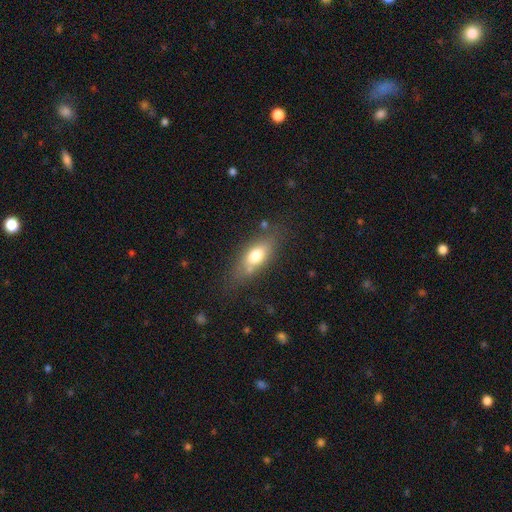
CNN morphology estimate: Q: Smooth or featured?
A: smooth (69%); runner-up: featured or disk (23%)
Q: How rounded?
A: in between (76%); runner-up: cigar-shaped (18%)
Q: Merging?
A: none (68%); runner-up: minor disturbance (20%)